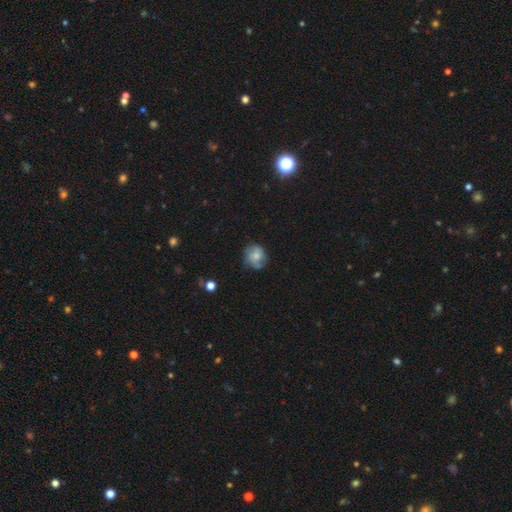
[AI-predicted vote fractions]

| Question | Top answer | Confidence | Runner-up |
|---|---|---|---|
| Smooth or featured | smooth | 55% | featured or disk (37%) |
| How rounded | round | 79% | in between (20%) |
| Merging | none | 68% | minor disturbance (23%) |